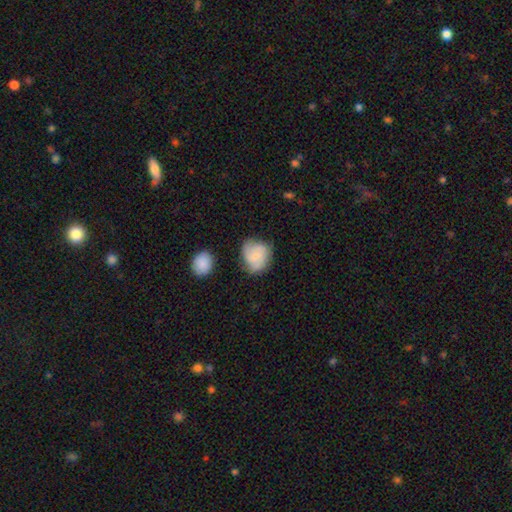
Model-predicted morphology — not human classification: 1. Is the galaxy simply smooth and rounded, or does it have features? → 69% smooth, 23% featured or disk, 8% star or artifact.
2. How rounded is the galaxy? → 64% round, 36% in between, 1% cigar-shaped.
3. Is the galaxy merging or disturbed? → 55% none, 31% minor disturbance, 10% major disturbance, 4% merger.